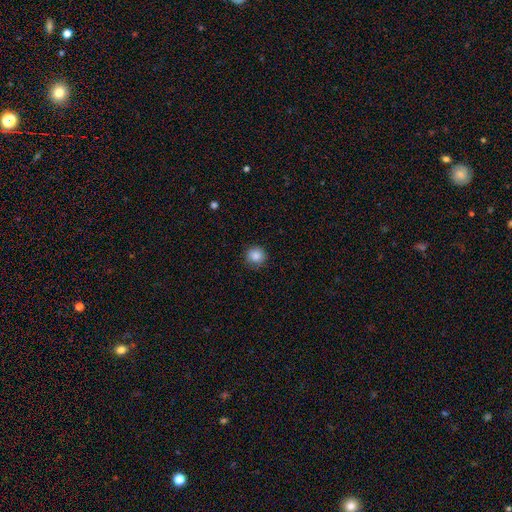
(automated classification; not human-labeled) A smooth galaxy with no disk features (86%) that is round (93%). Merging: none (88%).